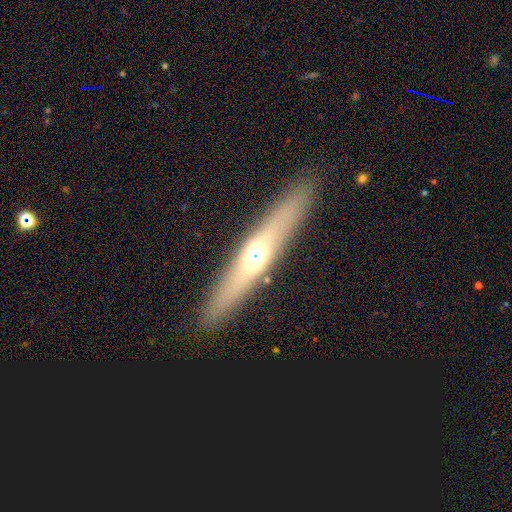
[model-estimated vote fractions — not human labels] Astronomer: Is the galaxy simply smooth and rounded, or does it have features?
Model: featured or disk — 54% (runner-up: smooth, 38%).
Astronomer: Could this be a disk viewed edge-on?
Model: yes — 87%.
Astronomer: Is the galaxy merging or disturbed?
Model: none — 89%.